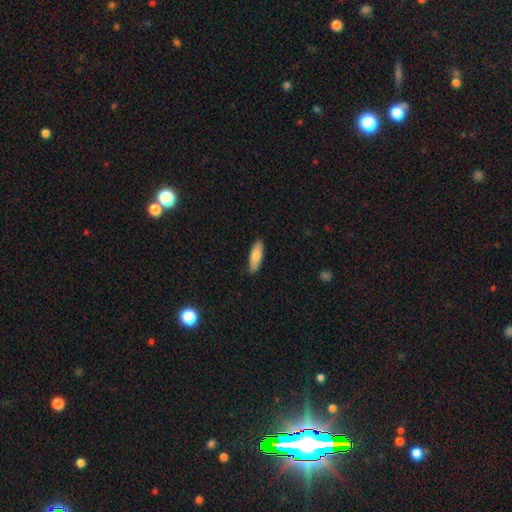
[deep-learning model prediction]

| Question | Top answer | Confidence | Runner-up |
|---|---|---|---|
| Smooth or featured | smooth | 81% | featured or disk (13%) |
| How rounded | in between | 53% | cigar-shaped (45%) |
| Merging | none | 86% | minor disturbance (11%) |